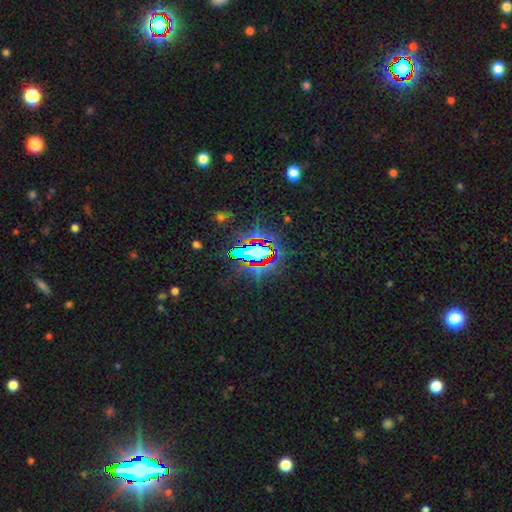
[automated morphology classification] smooth_or_featured: star or artifact (p=0.73) [alt: smooth p=0.14]